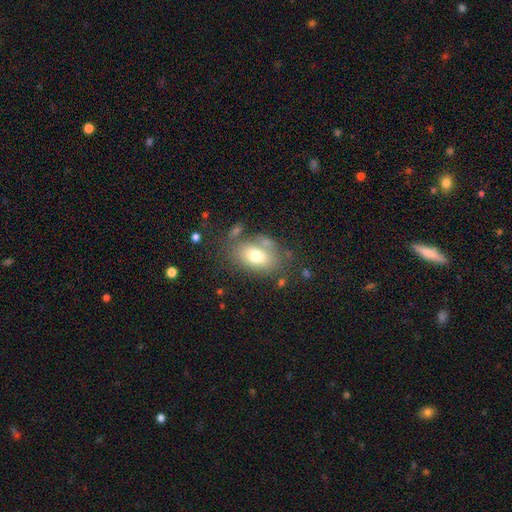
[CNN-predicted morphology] Overall: smooth (72%). How rounded: in between (82%). Merging: none (64%).